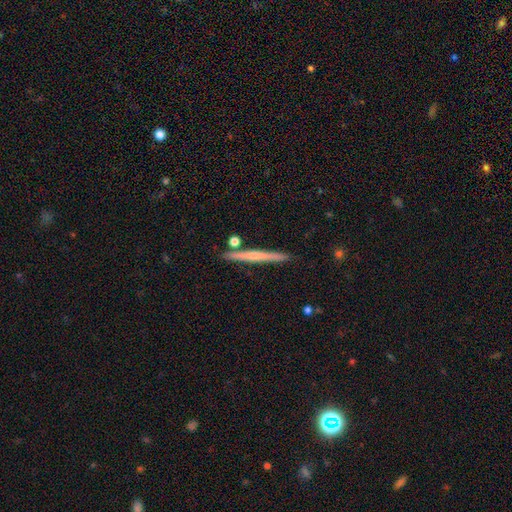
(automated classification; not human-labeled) The model was most divided on "edge-on bulge": none: 52%, rounded: 42%, boxy: 6%. More confident: edge-on disk — yes (97%); merging — none (85%); smooth or featured — featured or disk (53%).